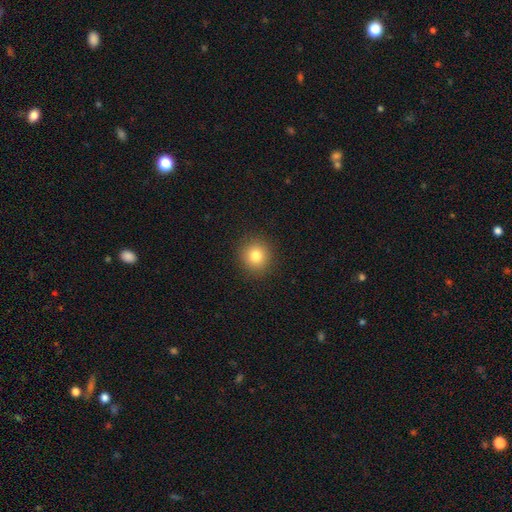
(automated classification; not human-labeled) This is clearly a smooth galaxy (81%). How rounded: clearly round (92%). Merging: clearly none (92%).